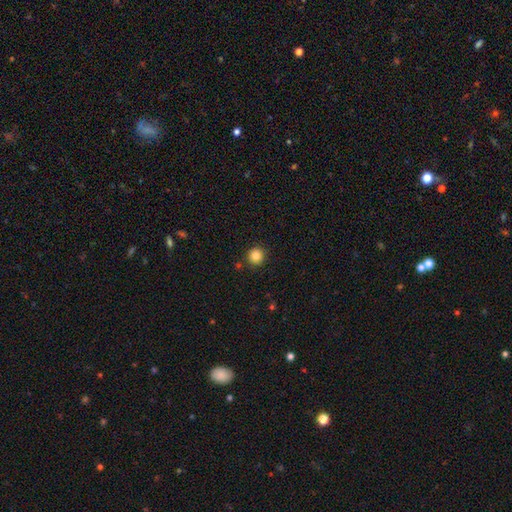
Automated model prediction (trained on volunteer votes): Smooth or featured? smooth (85%)
How rounded? round (94%)
Merging? none (89%)